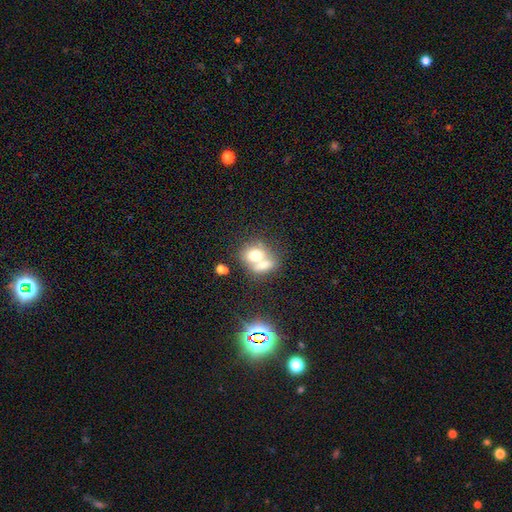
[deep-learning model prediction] smooth 68%, featured or disk 22%, star or artifact 11%. Down the decision tree: how rounded — in between (51%); merging — merger (62%).